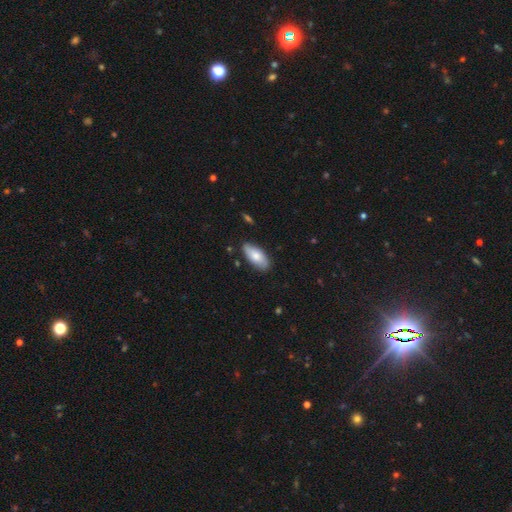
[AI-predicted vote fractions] smooth 76%, featured or disk 18%, star or artifact 6%. Down the decision tree: how rounded — in between (88%); merging — none (83%).